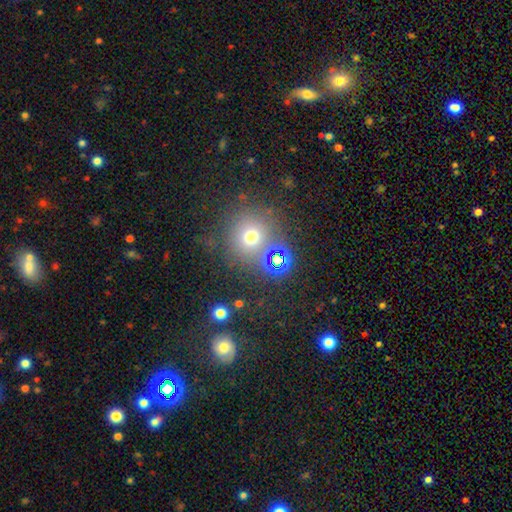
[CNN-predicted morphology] A smooth galaxy with no disk features (59%) that is round (88%).

Vote fractions:
- Smooth or featured? smooth: 59% / star or artifact: 29% / featured or disk: 12%
- How rounded? round: 88% / in between: 11% / cigar-shaped: 1%
- Merging? none: 68% / merger: 19% / minor disturbance: 9% / major disturbance: 4%